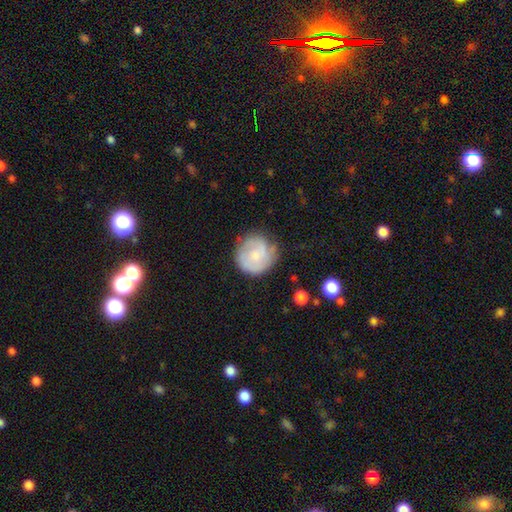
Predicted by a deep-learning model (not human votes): smooth-or-featured: featured or disk: 48% | smooth: 45% | star or artifact: 7%
  merging: none: 67% | minor disturbance: 23% | major disturbance: 8% | merger: 2%